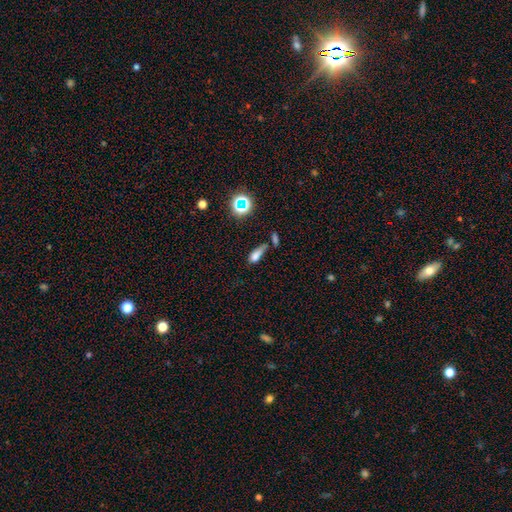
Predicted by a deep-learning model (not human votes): A smooth galaxy with no disk features (71%) that is in between round and cigar-shaped (70%). Merging: none (37%).